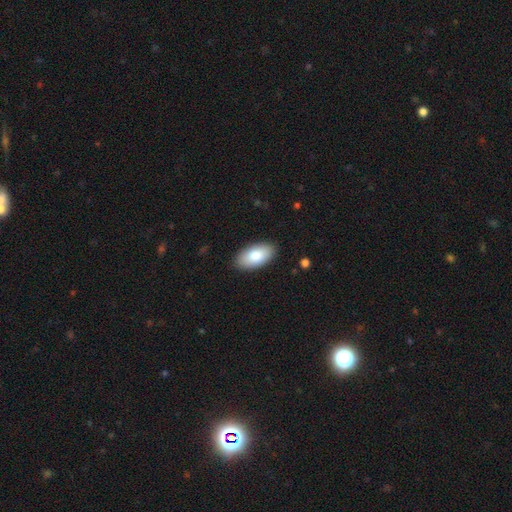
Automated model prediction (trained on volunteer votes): Smooth or featured? smooth (85%)
How rounded? in between (96%)
Merging? none (88%)